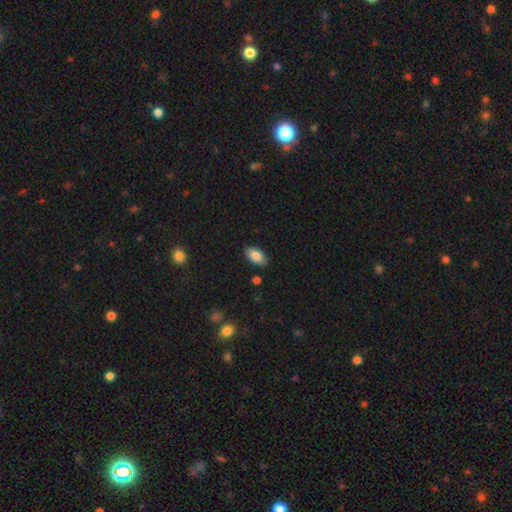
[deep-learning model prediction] Smooth or featured? Predicted: smooth (p=0.84). How rounded? Predicted: in between (p=0.93). Merging? Predicted: none (p=0.86).